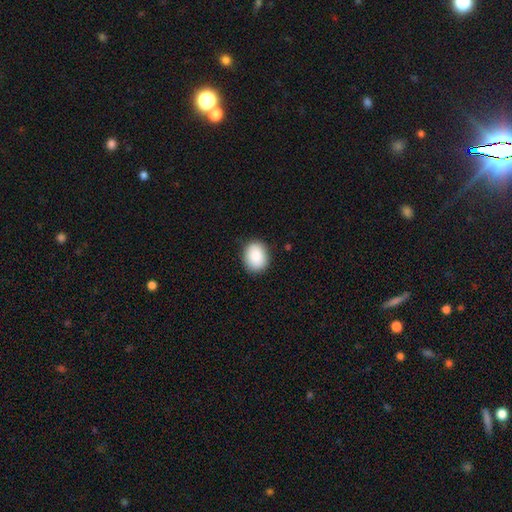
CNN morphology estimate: A smooth galaxy with no disk features (86%) that is in between round and cigar-shaped (50%).

Vote fractions:
- Smooth or featured? smooth: 86% / star or artifact: 7% / featured or disk: 6%
- How rounded? in between: 50% / round: 49% / cigar-shaped: 1%
- Merging? none: 86% / minor disturbance: 11% / major disturbance: 2% / merger: 1%